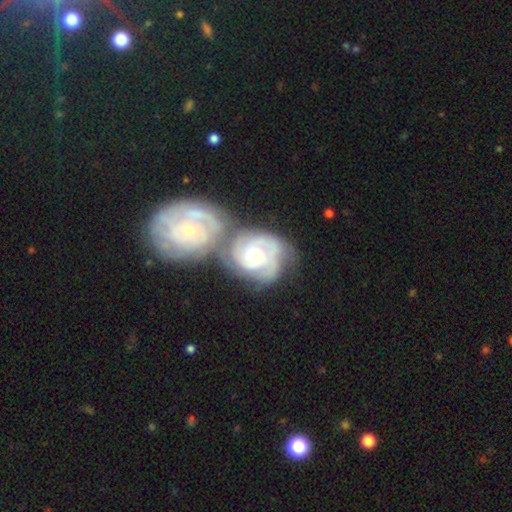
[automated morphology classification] This appears to be a featured or disk galaxy (85%) with no bar (70%), 3 (44%) tight (67%) spiral arms (97%) and a moderate central bulge (48%). Merging: merger (64%).